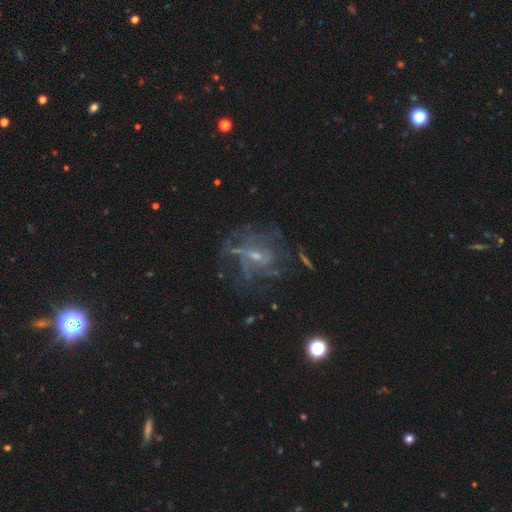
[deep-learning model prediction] Overall: featured or disk (76%). Edge-on disk: no (96%). Bar: weak (47%; no 38%). Spiral arms: yes (73%). Spiral arm count: can't tell (49%; 4 14%). Spiral winding: medium (41%; tight 32%). Bulge size: small (66%). Merging: none (55%; major disturbance 25%).